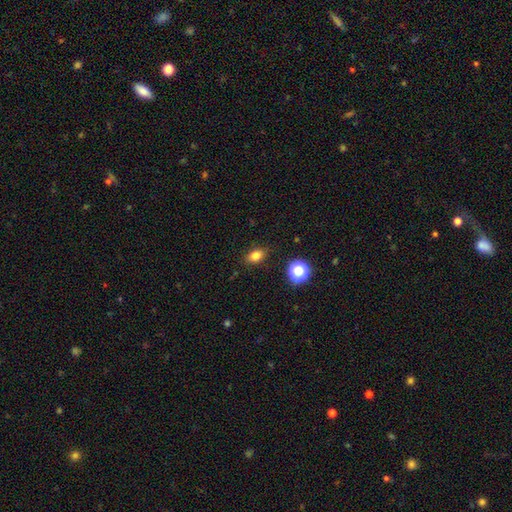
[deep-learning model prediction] This is likely a smooth galaxy (80%). How rounded: likely in between (77%). Merging: clearly none (87%).